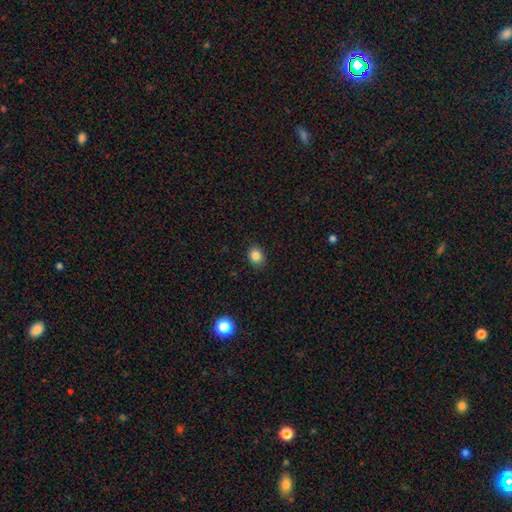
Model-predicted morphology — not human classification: Smooth or featured? Predicted: smooth (p=0.84). How rounded? Predicted: round (p=0.54). Merging? Predicted: none (p=0.88).